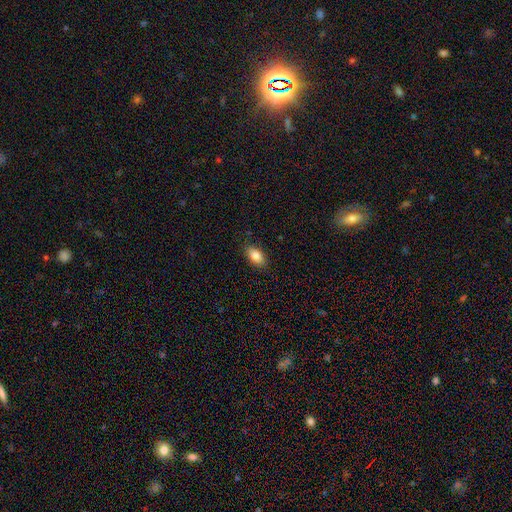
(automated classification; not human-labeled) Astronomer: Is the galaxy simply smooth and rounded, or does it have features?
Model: smooth — 85%.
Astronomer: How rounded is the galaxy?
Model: in between — 91%.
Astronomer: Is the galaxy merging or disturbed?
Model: none — 86%.